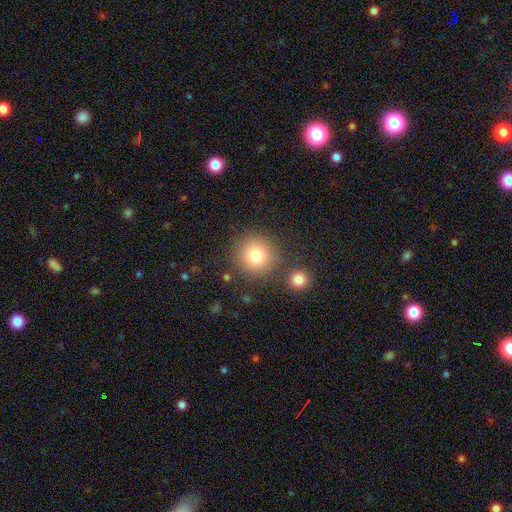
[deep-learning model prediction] Smooth or featured?
  - smooth: 81% *
  - star or artifact: 11%
  - featured or disk: 9%
How rounded?
  - round: 94% *
  - in between: 5%
  - cigar-shaped: 1%
Merging?
  - none: 81% *
  - merger: 8%
  - minor disturbance: 8%
  - major disturbance: 3%